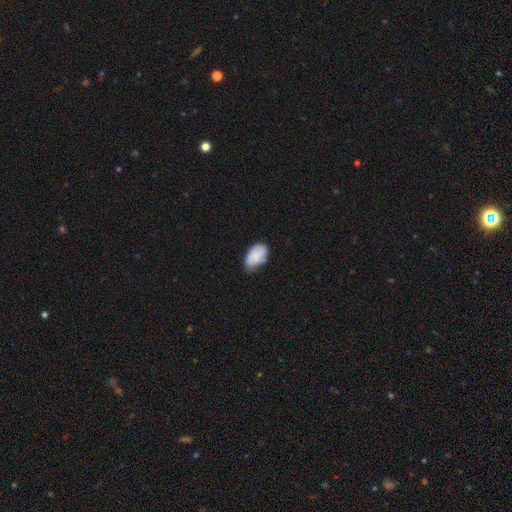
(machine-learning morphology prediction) Overall: smooth (84%). How rounded: in between (93%). Merging: none (62%; minor disturbance 30%).